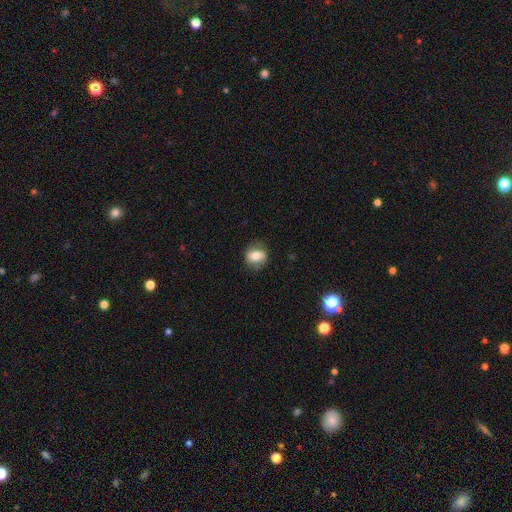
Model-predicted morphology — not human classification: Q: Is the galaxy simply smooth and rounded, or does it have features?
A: smooth — 67%.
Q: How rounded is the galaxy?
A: round — 58%.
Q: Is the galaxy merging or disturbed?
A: none — 76%.